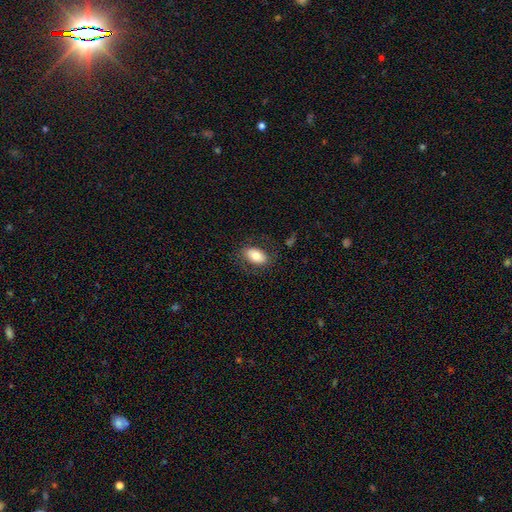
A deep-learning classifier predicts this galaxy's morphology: smooth-or-featured: smooth: 76% | featured or disk: 16% | star or artifact: 7%
  how-rounded: in between: 91% | round: 7% | cigar-shaped: 2%
  merging: none: 76% | minor disturbance: 15% | major disturbance: 8% | merger: 1%